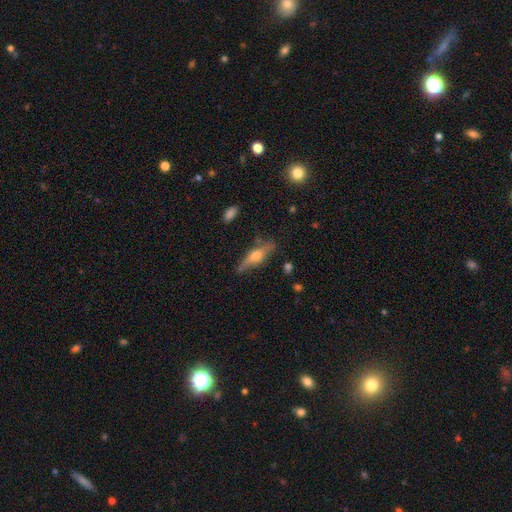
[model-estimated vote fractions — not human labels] smooth-or-featured: featured or disk: 57% | smooth: 36% | star or artifact: 7%
  disk-edge-on: yes: 90% | no: 10%
    edge-on-bulge: rounded: 91% | boxy: 5% | none: 3%
  merging: none: 76% | minor disturbance: 17% | major disturbance: 4% | merger: 3%